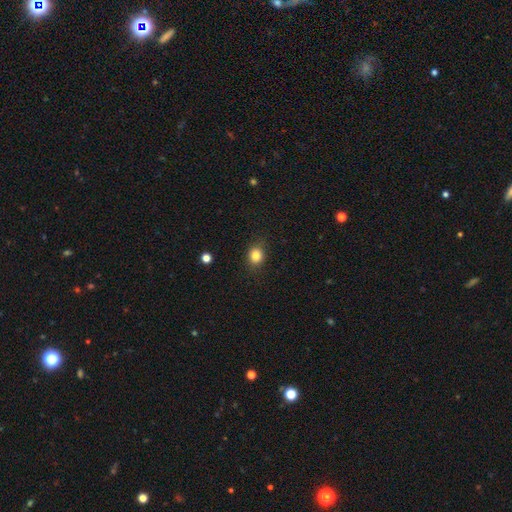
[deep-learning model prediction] A smooth galaxy with no disk features (84%) that is round (67%). Merging: none (84%).